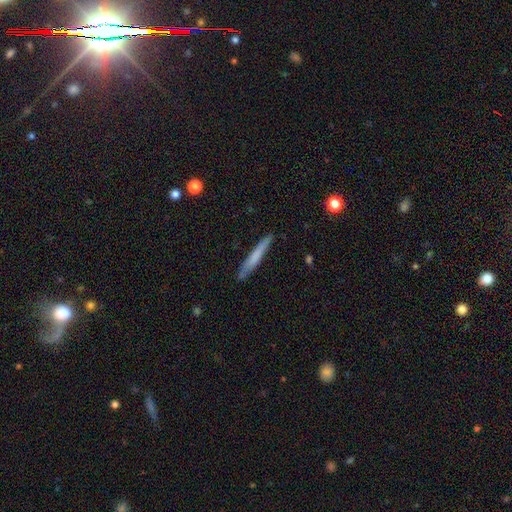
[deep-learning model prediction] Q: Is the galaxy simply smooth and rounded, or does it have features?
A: smooth — 63%.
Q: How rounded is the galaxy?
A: cigar-shaped — 96%.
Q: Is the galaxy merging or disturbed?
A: none — 86%.